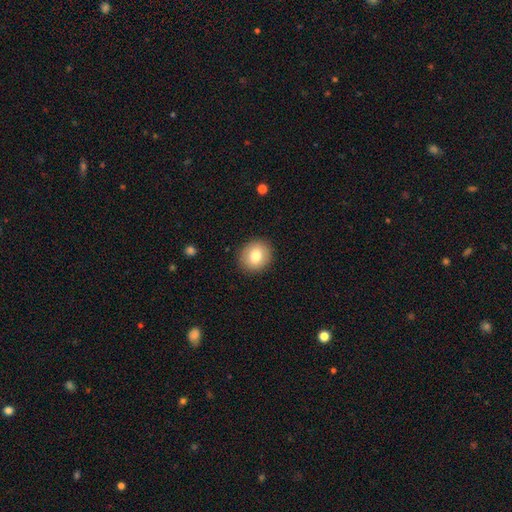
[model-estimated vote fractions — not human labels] Smooth or featured? smooth (79%)
How rounded? round (82%)
Merging? none (90%)